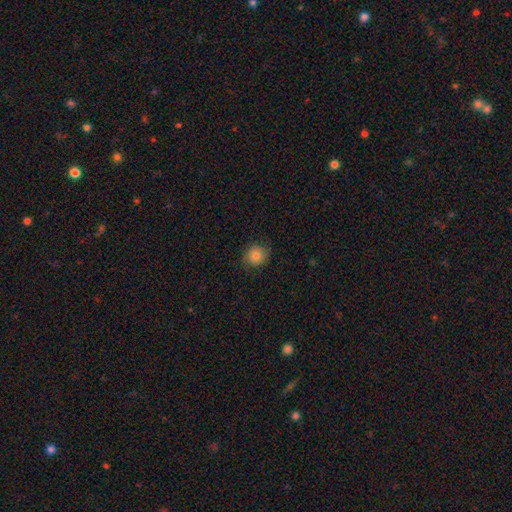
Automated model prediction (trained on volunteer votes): smooth_or_featured: smooth (p=0.79) [alt: featured or disk p=0.12]
how_rounded: round (p=0.78) [alt: in between p=0.21]
merging: none (p=0.79) [alt: minor disturbance p=0.16]